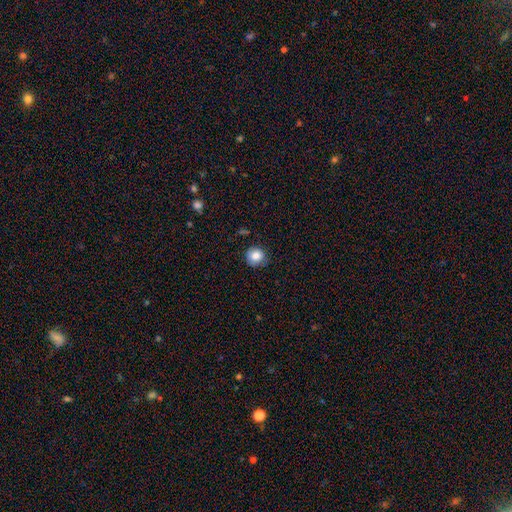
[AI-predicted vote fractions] Smooth or featured?
  - smooth: 83% *
  - star or artifact: 10%
  - featured or disk: 8%
How rounded?
  - round: 90% *
  - in between: 9%
  - cigar-shaped: 1%
Merging?
  - none: 81% *
  - minor disturbance: 15%
  - major disturbance: 3%
  - merger: 1%